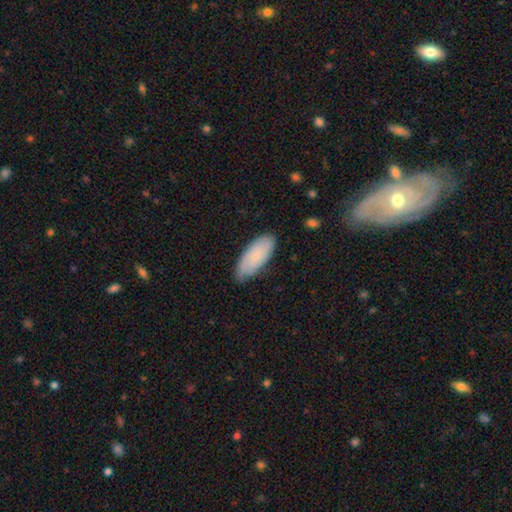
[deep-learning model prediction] Smooth or featured? smooth (73%)
How rounded? in between (83%)
Merging? none (71%)